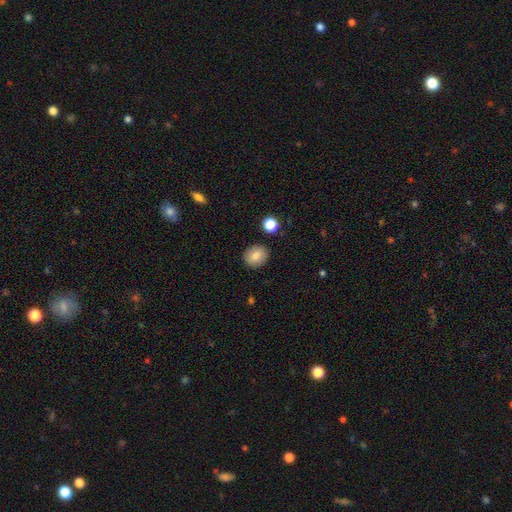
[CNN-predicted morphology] A smooth galaxy with no disk features (83%) that is round (68%).

Vote fractions:
- Smooth or featured? smooth: 83% / star or artifact: 9% / featured or disk: 8%
- How rounded? round: 68% / in between: 31% / cigar-shaped: 1%
- Merging? none: 89% / minor disturbance: 7% / major disturbance: 2% / merger: 2%